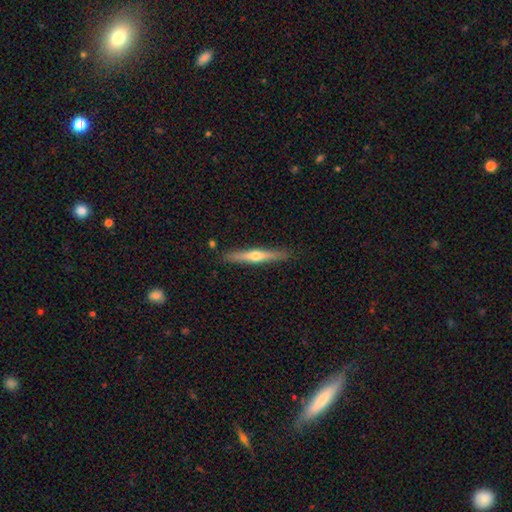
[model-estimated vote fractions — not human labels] A featured or disk galaxy (57%) viewed edge-on (96%) with a rounded central bulge (86%).

Vote fractions:
- Smooth or featured? featured or disk: 57% / smooth: 38% / star or artifact: 5%
- Edge-on disk? yes: 96% / no: 4%
- Edge-on bulge? rounded: 86% / none: 10% / boxy: 3%
- Merging? none: 88% / minor disturbance: 8% / major disturbance: 2% / merger: 2%